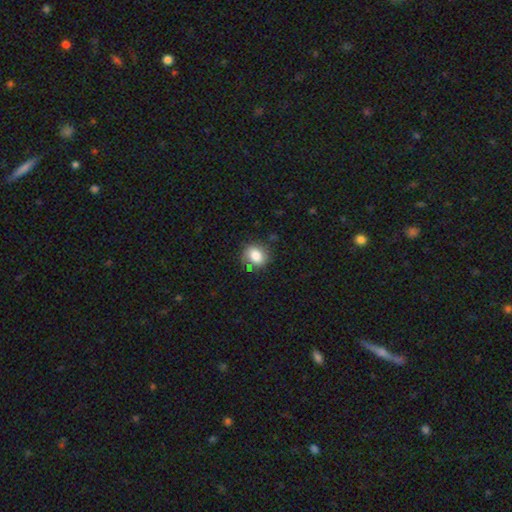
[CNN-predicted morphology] smooth_or_featured: smooth (p=0.81) [alt: featured or disk p=0.10]
how_rounded: round (p=0.63) [alt: in between p=0.36]
merging: none (p=0.74) [alt: minor disturbance p=0.18]